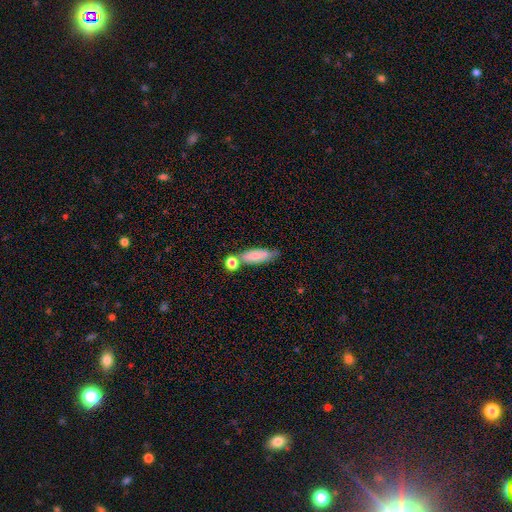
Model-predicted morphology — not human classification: The model was most divided on "how rounded": in between: 55%, cigar-shaped: 41%, round: 4%. Remaining: smooth or featured — smooth (74%); merging — none (46%).